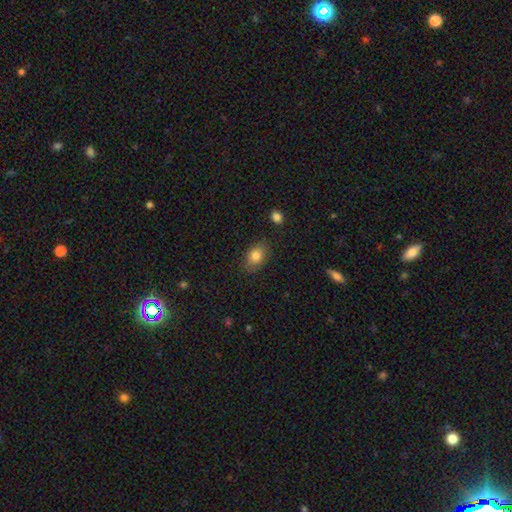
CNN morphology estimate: Q: Smooth or featured?
A: smooth (82%); runner-up: star or artifact (9%)
Q: How rounded?
A: in between (75%); runner-up: round (24%)
Q: Merging?
A: none (83%); runner-up: minor disturbance (13%)